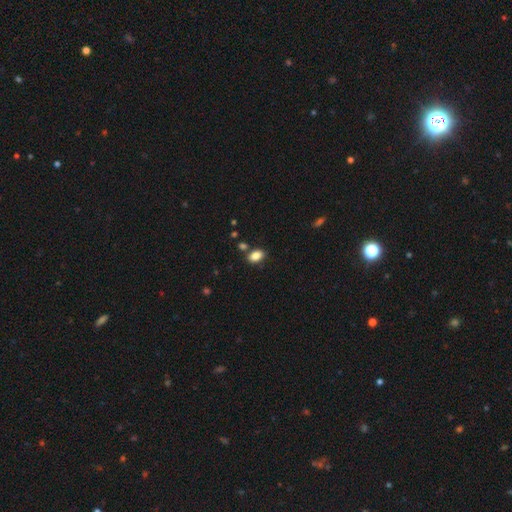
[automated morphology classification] This appears to be a smooth galaxy with no disk features (86%) that is in between round and cigar-shaped (86%). Merging: none (78%).